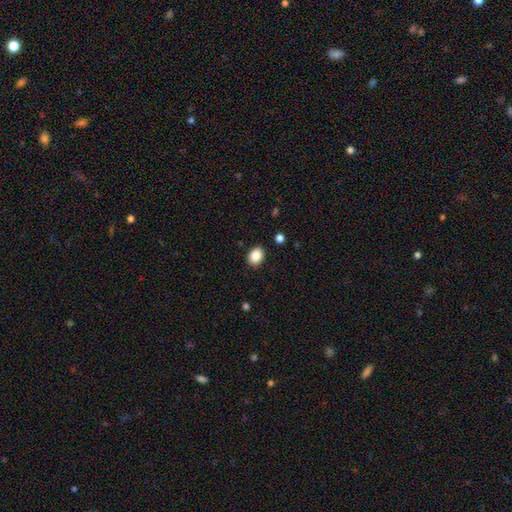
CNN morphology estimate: A smooth galaxy with no disk features (88%) that is in between round and cigar-shaped (59%). Merging: none (89%).